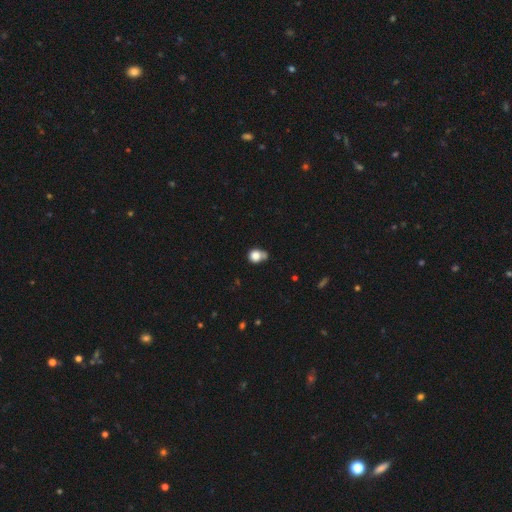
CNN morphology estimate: A smooth galaxy with no disk features (82%) that is round (74%). Merging: none (46%).